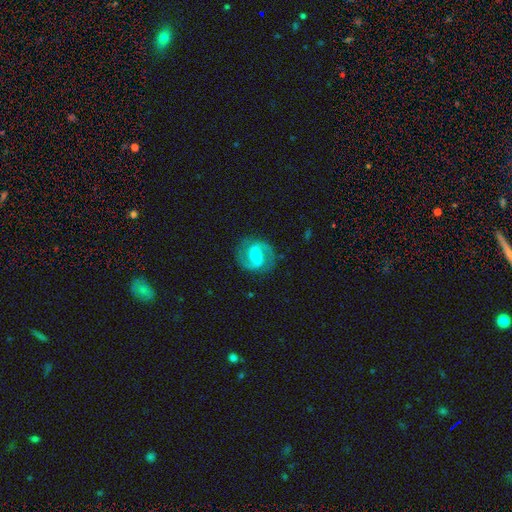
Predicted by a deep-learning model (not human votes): smooth-or-featured: featured or disk: 85% | smooth: 10% | star or artifact: 5%
  disk-edge-on: no: 98% | yes: 2%
    bar: weak: 48% | strong: 31% | no: 22%
    has-spiral-arms: yes: 95% | no: 5%
      spiral-winding: medium: 58% | tight: 22% | loose: 20%
      spiral-arm-count: 2: 93% | can't tell: 3% | 1: 2% | 3: 1% | 4: 1% | more than 4: 1%
    bulge-size: moderate: 65% | small: 29% | large: 4% | none: 1% | dominant: 1%
  merging: none: 85% | minor disturbance: 10% | major disturbance: 3% | merger: 1%